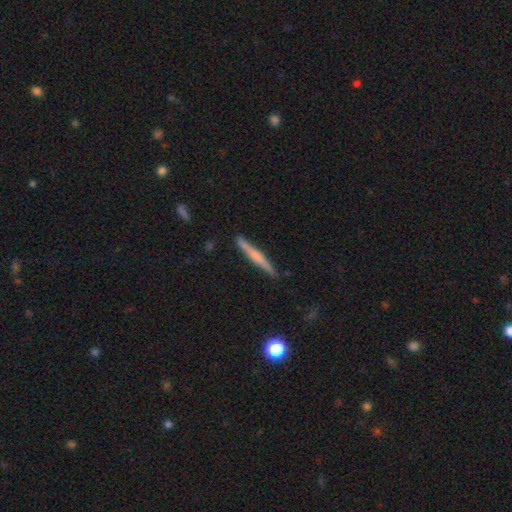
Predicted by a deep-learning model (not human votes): smooth_or_featured: featured or disk (p=0.47) [tied with: smooth p=0.47]
merging: none (p=0.88) [alt: minor disturbance p=0.09]